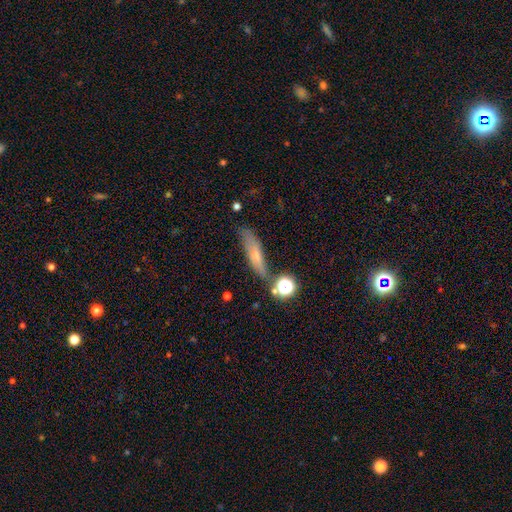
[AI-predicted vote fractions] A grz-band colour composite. It shows a smooth galaxy with no disk features (62%) that is cigar-shaped (68%). Merging: none (62%).